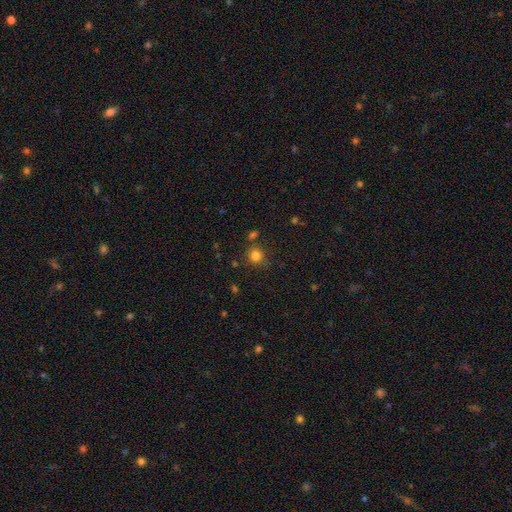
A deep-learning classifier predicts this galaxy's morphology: Smooth or featured? smooth (81%)
How rounded? round (89%)
Merging? none (80%)